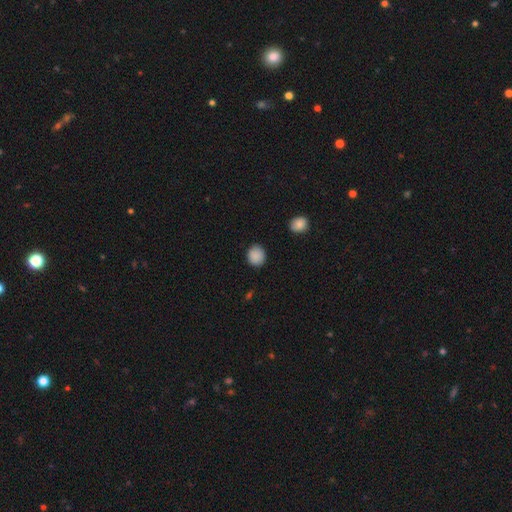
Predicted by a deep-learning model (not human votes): Smooth or featured: smooth — 89% (star or artifact — 8%)
How rounded: round — 82% (in between — 17%)
Merging: none — 88% (minor disturbance — 8%)